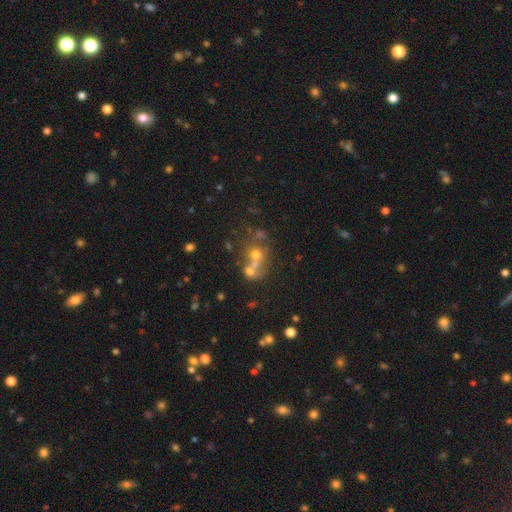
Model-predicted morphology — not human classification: smooth 50%, featured or disk 26%, star or artifact 24%. Down the decision tree: merging — merger (52%).